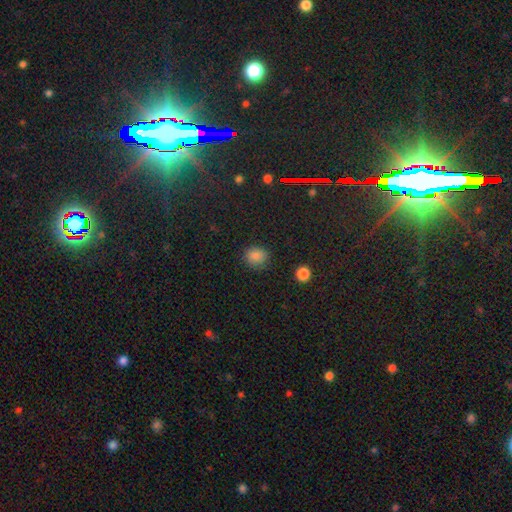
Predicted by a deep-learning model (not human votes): smooth_or_featured: smooth (p=0.83) [alt: star or artifact p=0.12]
how_rounded: round (p=0.79) [alt: in between p=0.20]
merging: none (p=0.83) [alt: minor disturbance p=0.12]